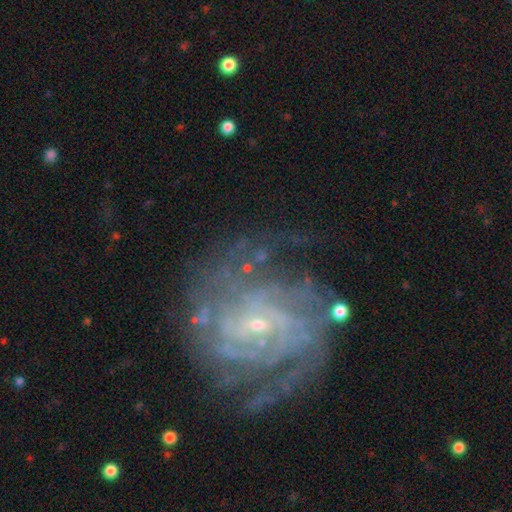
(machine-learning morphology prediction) type=featured or disk (88%); edge-on=no (97%); bar=no (50%); spiral arms=yes (95%); winding=tight (63%); arm count=can't tell (30%); bulge=small (84%); merging=none (69%).